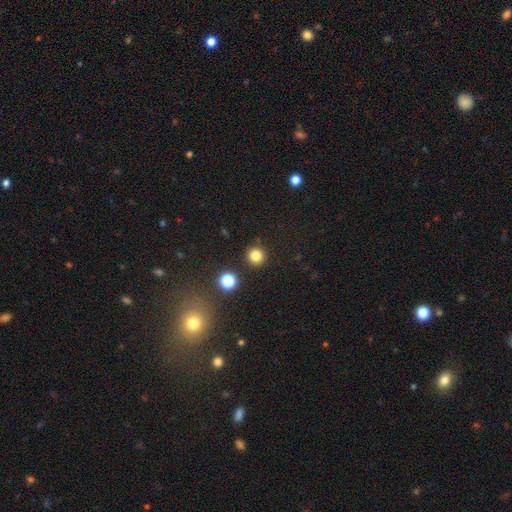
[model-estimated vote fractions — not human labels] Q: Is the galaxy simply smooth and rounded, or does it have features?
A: smooth — 81%.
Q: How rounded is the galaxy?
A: round — 94%.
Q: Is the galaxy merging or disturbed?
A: none — 90%.